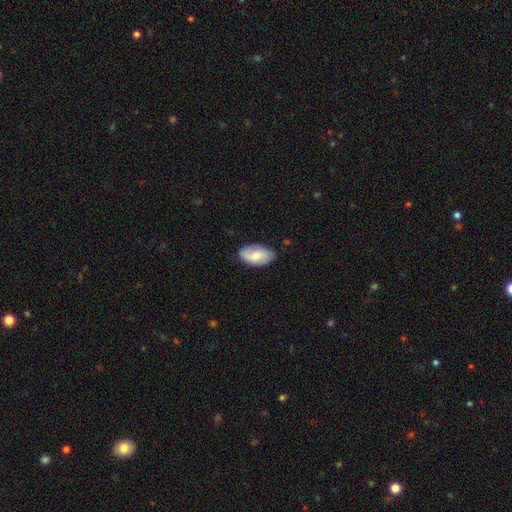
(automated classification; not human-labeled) Smooth or featured: smooth — 66% (featured or disk — 28%)
How rounded: in between — 94% (round — 4%)
Merging: none — 71% (minor disturbance — 23%)